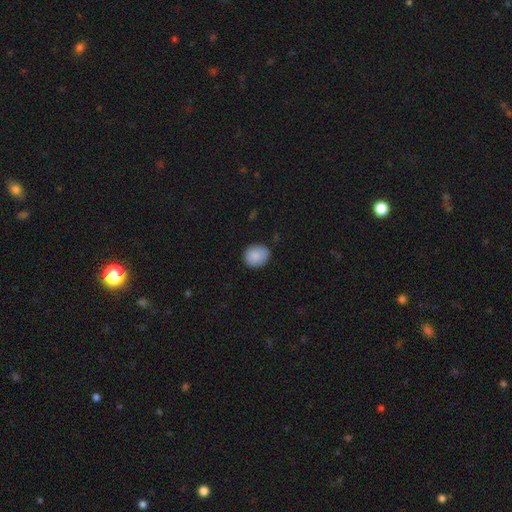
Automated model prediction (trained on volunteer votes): Overall: smooth (89%). How rounded: round (61%; in between 38%). Merging: none (82%).